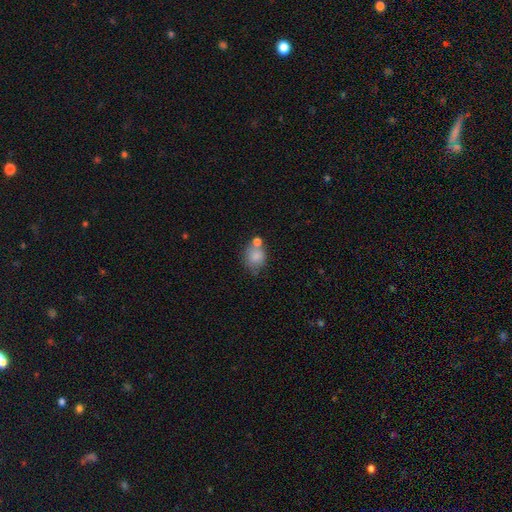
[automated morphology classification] smooth 81%, featured or disk 10%, star or artifact 9%. Down the decision tree: how rounded — round (62%); merging — none (47%).